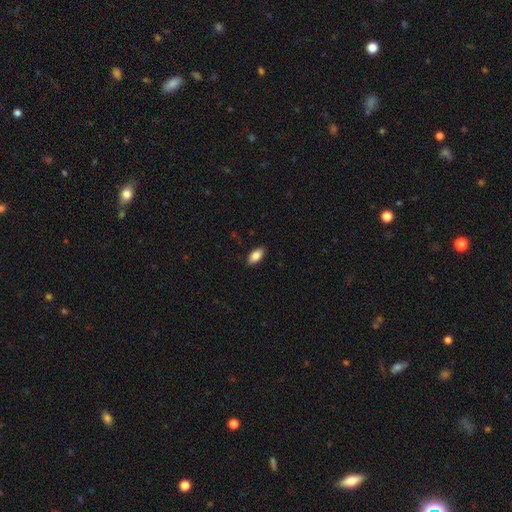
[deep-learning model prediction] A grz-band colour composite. It shows a smooth galaxy with no disk features (86%) that is in between round and cigar-shaped (92%). Merging: none (89%).